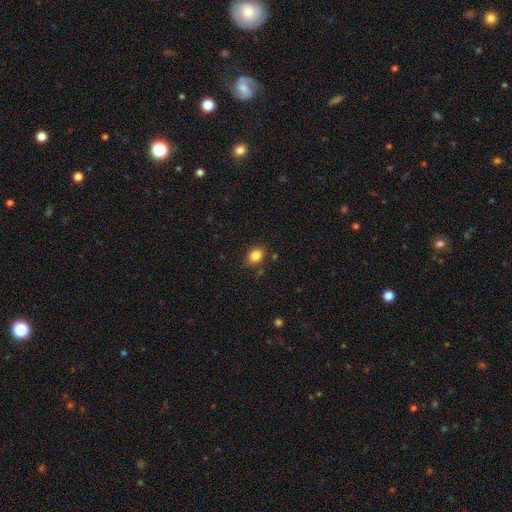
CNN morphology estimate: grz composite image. It shows a smooth galaxy with no disk features (84%) that is in between round and cigar-shaped (66%). Merging: none (84%).